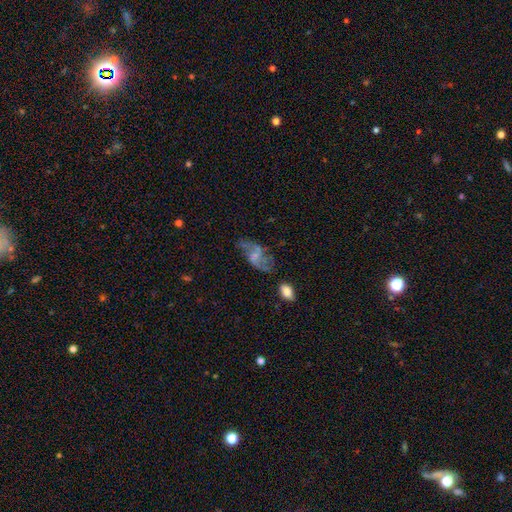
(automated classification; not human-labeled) Smooth or featured: featured or disk — 71% (smooth — 20%)
Edge-on disk: no — 96% (yes — 4%)
Bar: no — 48% (weak — 43%)
Spiral arms: yes — 85% (no — 15%)
Spiral winding: loose — 74% (medium — 21%)
Spiral arm count: 2 — 87% (can't tell — 6%)
Bulge size: small — 42% (none — 34%)
Merging: none — 50% (minor disturbance — 23%)